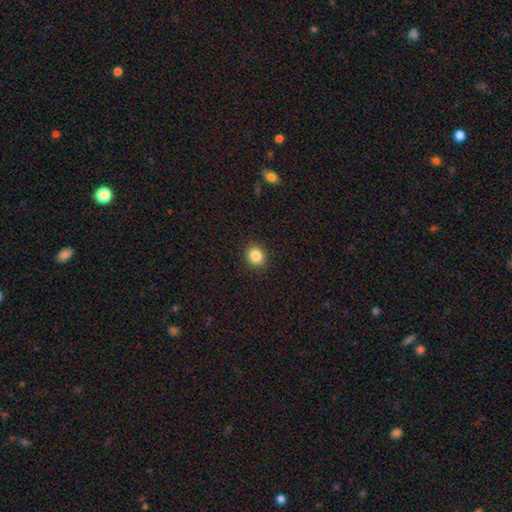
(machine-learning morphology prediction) This appears to be a smooth galaxy with no disk features (86%) that is round (75%). Merging: none (91%).